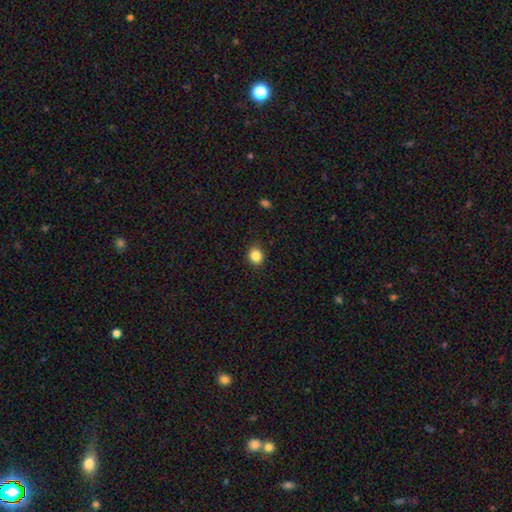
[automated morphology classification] Q: Smooth or featured?
A: smooth (85%); runner-up: star or artifact (11%)
Q: How rounded?
A: round (76%); runner-up: in between (23%)
Q: Merging?
A: none (89%); runner-up: minor disturbance (8%)